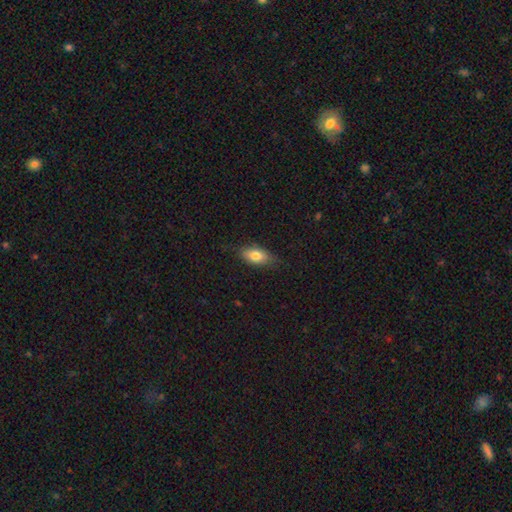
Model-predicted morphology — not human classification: Smooth or featured: smooth — 79% (featured or disk — 14%)
How rounded: in between — 87% (cigar-shaped — 8%)
Merging: none — 77% (minor disturbance — 18%)